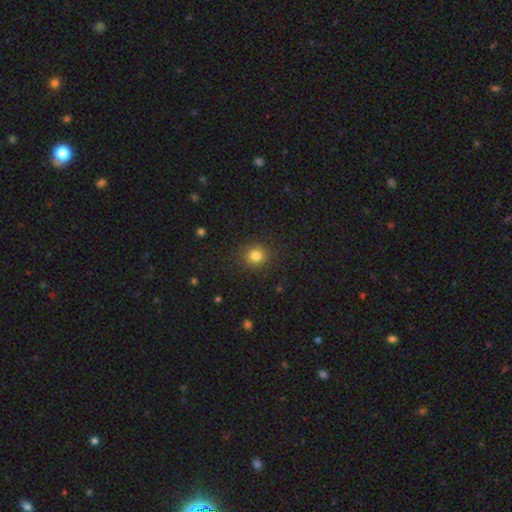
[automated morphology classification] Q: Smooth or featured?
A: smooth (82%); runner-up: star or artifact (13%)
Q: How rounded?
A: round (84%); runner-up: in between (15%)
Q: Merging?
A: none (88%); runner-up: minor disturbance (8%)